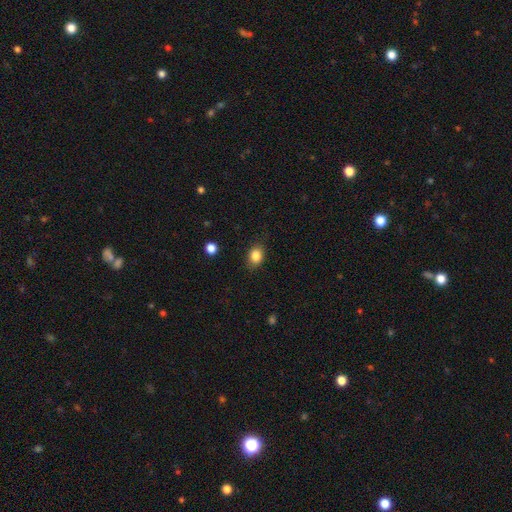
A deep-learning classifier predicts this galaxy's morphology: This appears to be a smooth galaxy with no disk features (85%) that is in between round and cigar-shaped (60%). Merging: none (84%).